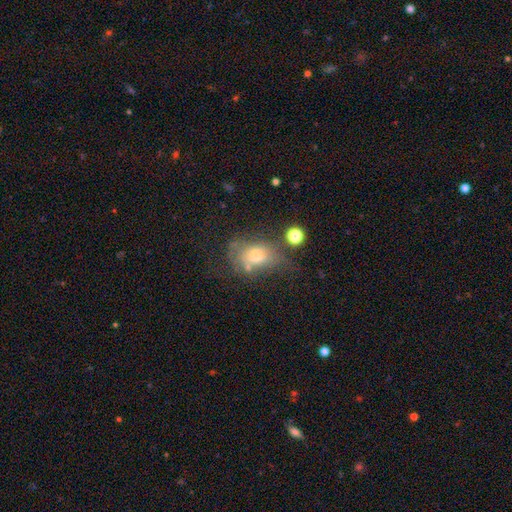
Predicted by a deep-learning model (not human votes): Overall: smooth (54%; featured or disk 32%). How rounded: in between (75%). Merging: none (35%; major disturbance 26%).